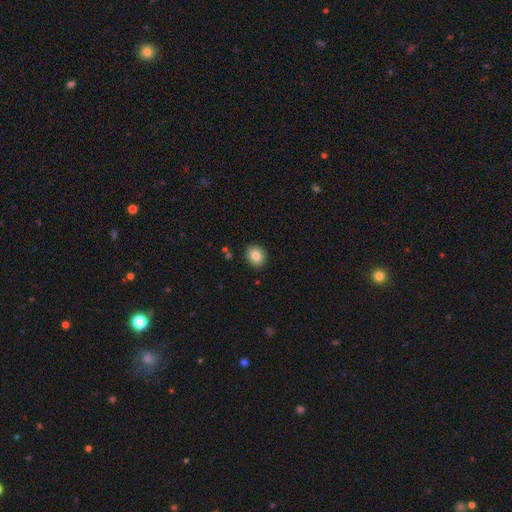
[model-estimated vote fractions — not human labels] smooth_or_featured: smooth (p=0.81) [alt: featured or disk p=0.10]
how_rounded: round (p=0.68) [alt: in between p=0.31]
merging: none (p=0.90) [alt: minor disturbance p=0.07]